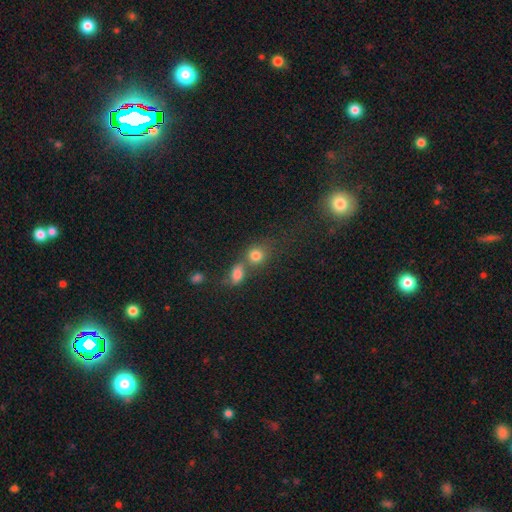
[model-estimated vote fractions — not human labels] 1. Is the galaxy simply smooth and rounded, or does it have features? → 78% smooth, 12% star or artifact, 9% featured or disk.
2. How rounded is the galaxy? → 74% round, 24% in between, 2% cigar-shaped.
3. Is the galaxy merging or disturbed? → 46% merger, 39% none, 8% minor disturbance, 6% major disturbance.